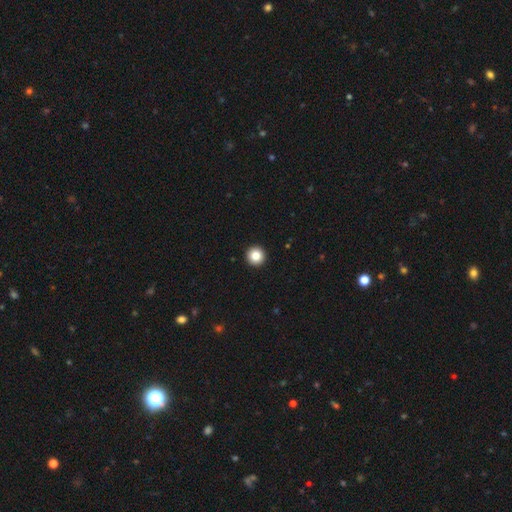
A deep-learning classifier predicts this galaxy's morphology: smooth_or_featured: smooth (p=0.85) [alt: star or artifact p=0.10]
how_rounded: round (p=0.97) [alt: in between p=0.02]
merging: none (p=0.95) [alt: minor disturbance p=0.03]